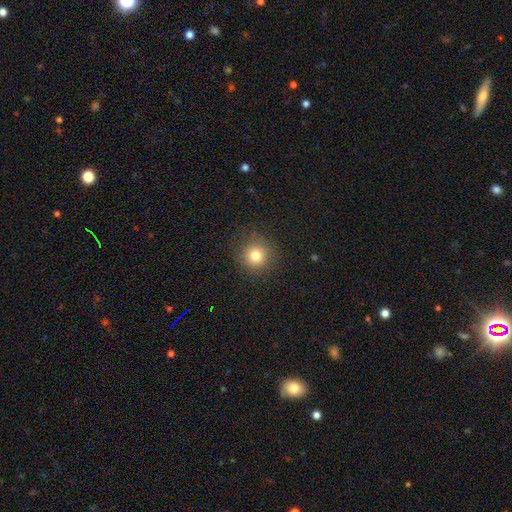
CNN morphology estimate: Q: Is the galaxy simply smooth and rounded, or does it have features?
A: smooth — 78%.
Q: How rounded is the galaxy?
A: round — 94%.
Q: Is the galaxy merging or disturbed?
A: none — 88%.